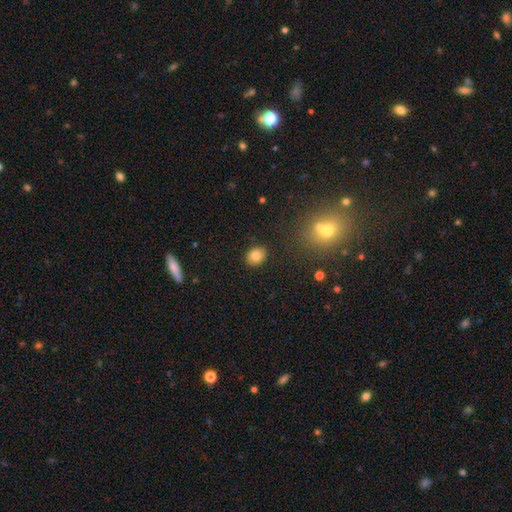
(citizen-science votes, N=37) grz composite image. It shows a smooth galaxy with no disk features (92%) that is round (62%). Merging: none (91%).